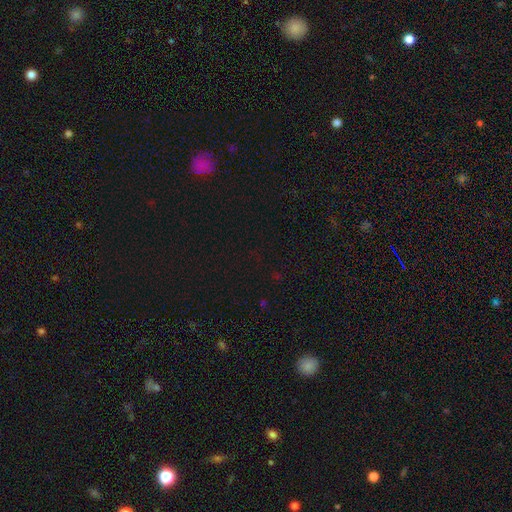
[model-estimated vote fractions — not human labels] smooth-or-featured: star or artifact: 73% | smooth: 20% | featured or disk: 7%